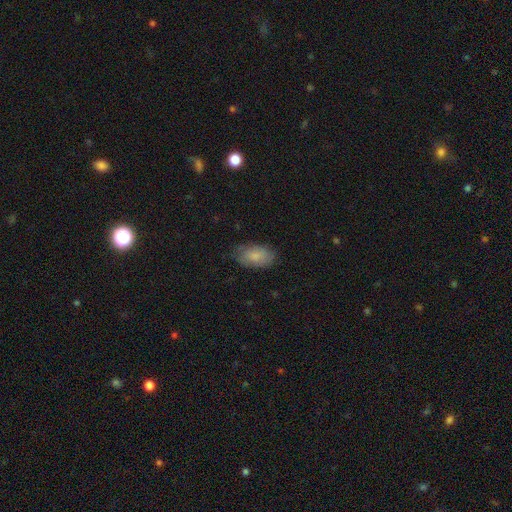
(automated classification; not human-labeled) smooth_or_featured: smooth (p=0.82) [alt: featured or disk p=0.11]
how_rounded: in between (p=0.94) [alt: round p=0.04]
merging: none (p=0.75) [alt: minor disturbance p=0.20]